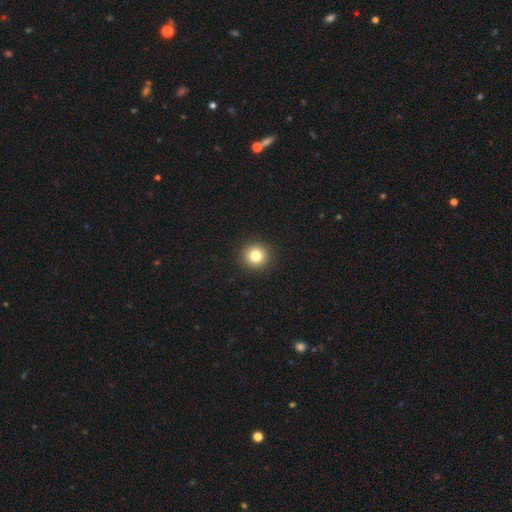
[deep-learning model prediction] Overall: smooth (83%). How rounded: round (92%). Merging: none (93%).